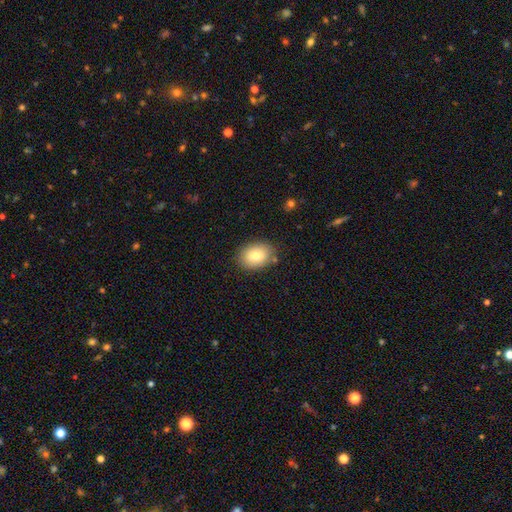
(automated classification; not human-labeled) A smooth galaxy with no disk features (80%) that is in between round and cigar-shaped (73%). Merging: none (83%).